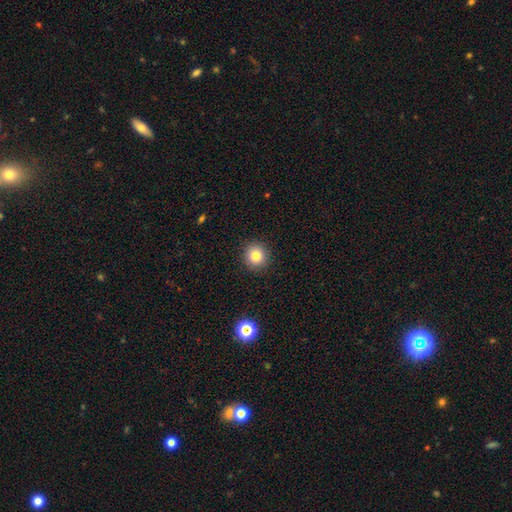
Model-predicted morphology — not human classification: Smooth or featured? Predicted: smooth (p=0.83). How rounded? Predicted: round (p=0.91). Merging? Predicted: none (p=0.91).